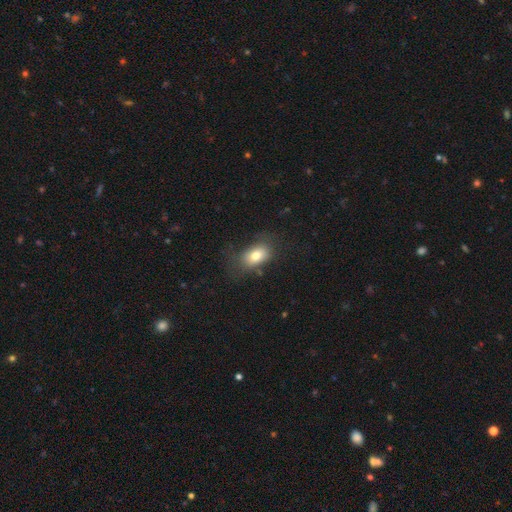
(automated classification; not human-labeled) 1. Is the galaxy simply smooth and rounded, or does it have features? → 77% smooth, 14% featured or disk, 10% star or artifact.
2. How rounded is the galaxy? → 83% in between, 15% round, 2% cigar-shaped.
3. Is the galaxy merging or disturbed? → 66% none, 21% minor disturbance, 11% major disturbance, 2% merger.